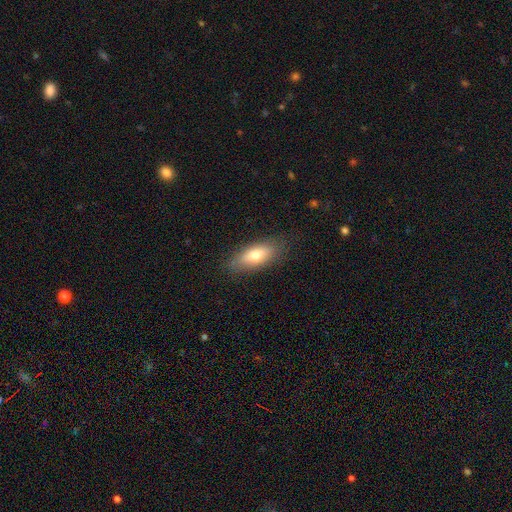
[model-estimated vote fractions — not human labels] This is likely a smooth galaxy (73%). How rounded: likely in between (74%). Merging: clearly none (84%).